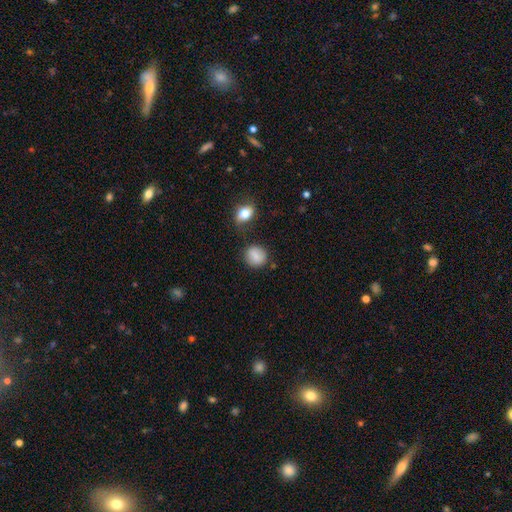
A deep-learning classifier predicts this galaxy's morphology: A smooth galaxy with no disk features (82%) that is round (77%). Merging: none (76%).